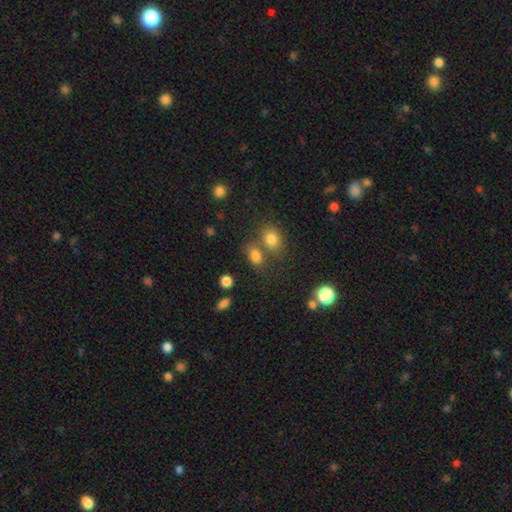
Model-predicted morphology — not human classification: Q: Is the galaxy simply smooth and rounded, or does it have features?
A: smooth — 79%.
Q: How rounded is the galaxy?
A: in between — 66%.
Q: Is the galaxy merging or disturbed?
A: none — 52%.